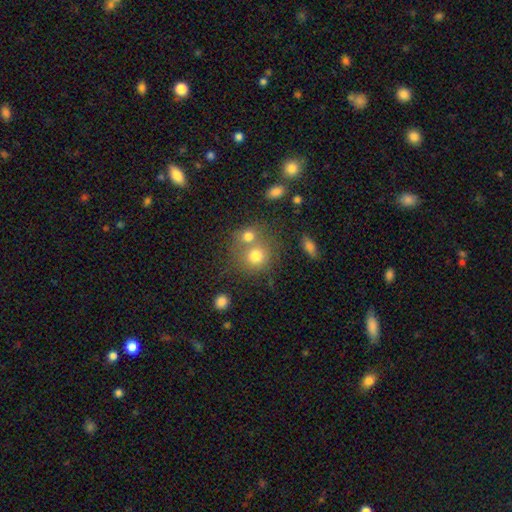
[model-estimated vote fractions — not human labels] The model was most divided on "merging": none: 46%, merger: 40%, minor disturbance: 9%, major disturbance: 5%. More confident: how rounded — round (83%); smooth or featured — smooth (75%).